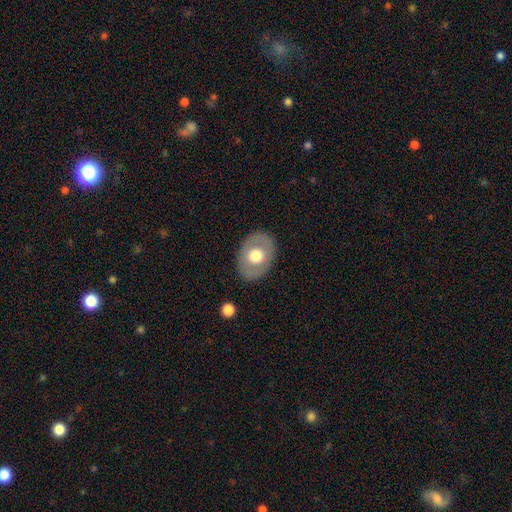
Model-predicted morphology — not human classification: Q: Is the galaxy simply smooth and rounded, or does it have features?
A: smooth — 55%.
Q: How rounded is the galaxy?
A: in between — 69%.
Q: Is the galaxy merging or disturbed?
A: none — 84%.